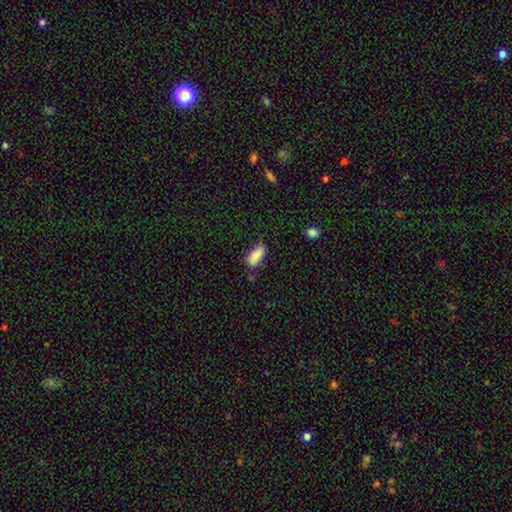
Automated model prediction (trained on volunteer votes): Smooth or featured? smooth (79%)
How rounded? in between (85%)
Merging? none (67%)